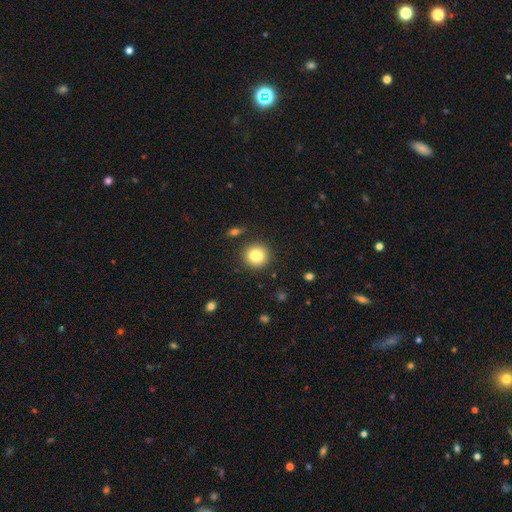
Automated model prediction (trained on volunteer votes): smooth-or-featured: smooth: 83% | star or artifact: 10% | featured or disk: 8%
  how-rounded: round: 89% | in between: 10% | cigar-shaped: 1%
  merging: none: 86% | minor disturbance: 8% | merger: 3% | major disturbance: 3%